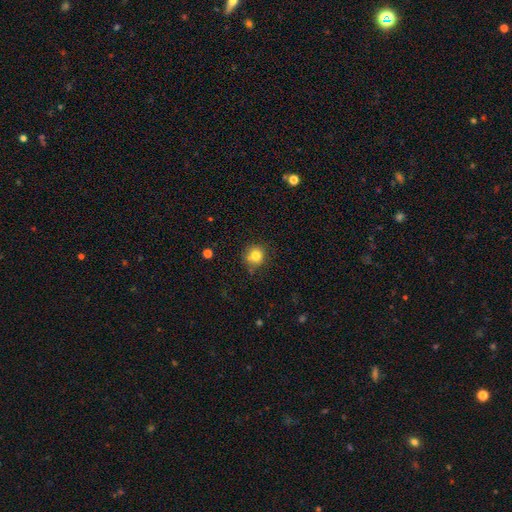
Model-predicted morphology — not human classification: Q: Smooth or featured?
A: smooth (80%); runner-up: star or artifact (12%)
Q: How rounded?
A: round (89%); runner-up: in between (10%)
Q: Merging?
A: none (77%); runner-up: minor disturbance (15%)